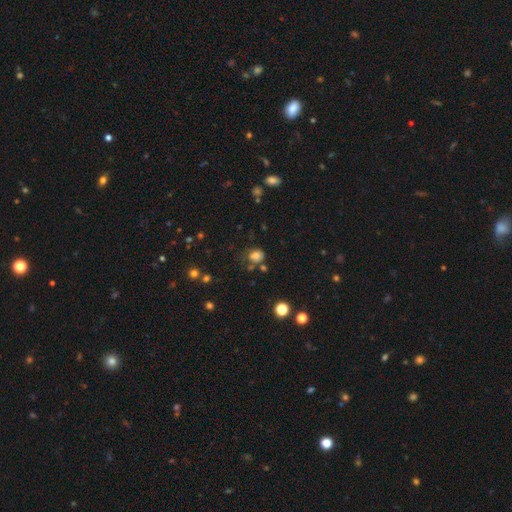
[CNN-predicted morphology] type=smooth (75%); roundness=round (63%); merging=none (63%).